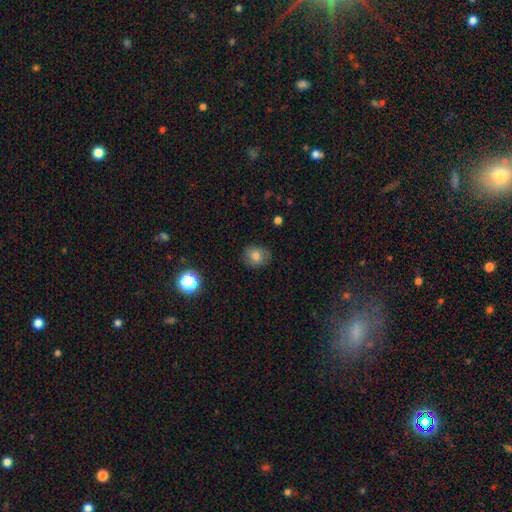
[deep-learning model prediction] This appears to be a smooth galaxy with no disk features (78%) that is round (67%). Merging: none (80%).